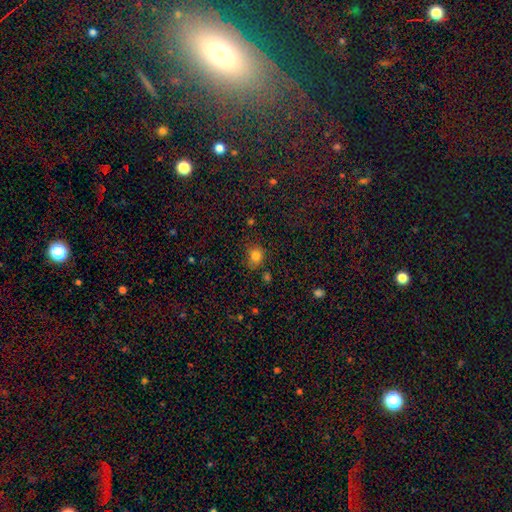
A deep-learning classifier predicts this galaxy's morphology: smooth_or_featured: smooth (p=0.81) [alt: star or artifact p=0.13]
how_rounded: round (p=0.69) [alt: in between p=0.30]
merging: none (p=0.72) [alt: minor disturbance p=0.19]